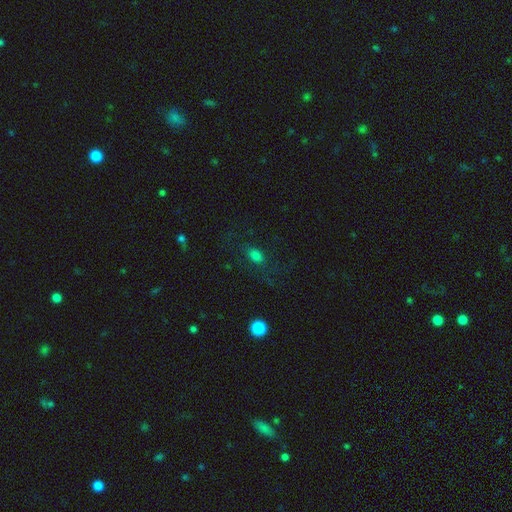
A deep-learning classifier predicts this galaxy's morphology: A smooth galaxy with no disk features (69%) that is in between round and cigar-shaped (78%). Merging: none (63%).